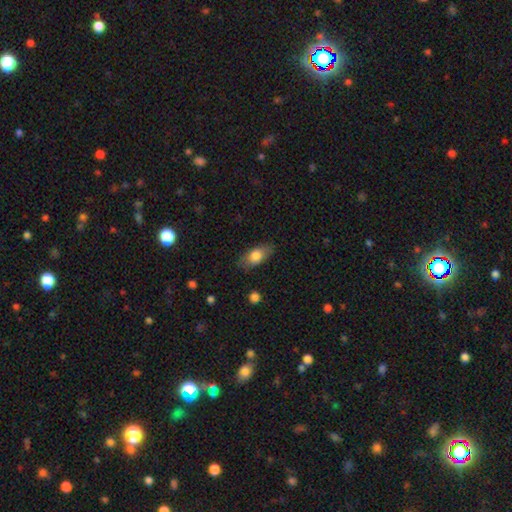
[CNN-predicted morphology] The model was most divided on "smooth or featured": smooth: 77%, featured or disk: 16%, star or artifact: 7%. More confident: how rounded — in between (84%); merging — none (79%).